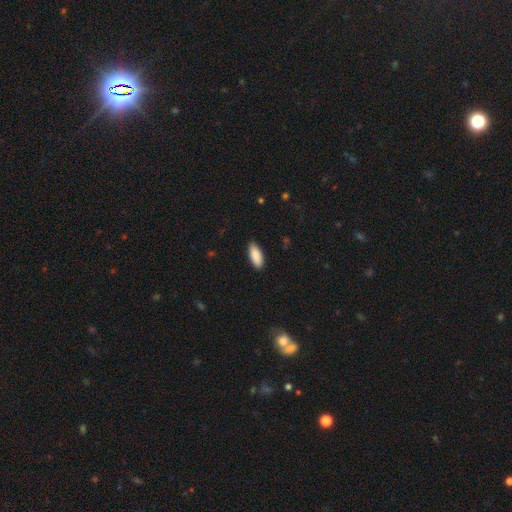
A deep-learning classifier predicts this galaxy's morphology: A smooth galaxy with no disk features (90%) that is in between round and cigar-shaped (84%).

Vote fractions:
- Smooth or featured? smooth: 90% / star or artifact: 6% / featured or disk: 4%
- How rounded? in between: 84% / cigar-shaped: 14% / round: 2%
- Merging? none: 87% / minor disturbance: 10% / major disturbance: 2% / merger: 1%